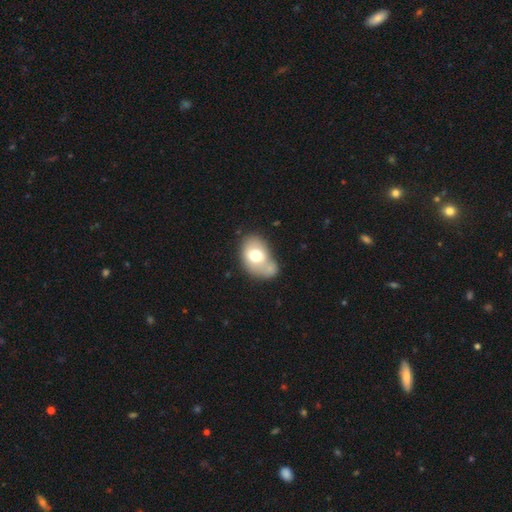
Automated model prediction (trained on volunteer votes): Overall: smooth (66%; featured or disk 26%). How rounded: in between (79%). Merging: none (35%; merger 30%).